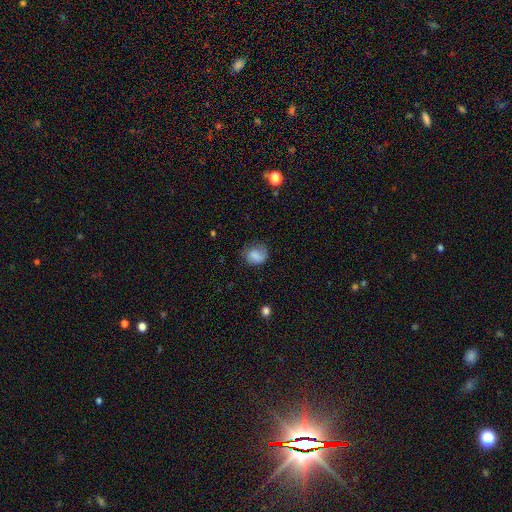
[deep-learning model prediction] This is likely a smooth galaxy (79%). How rounded: possibly round (59%). Merging: possibly none (60%).